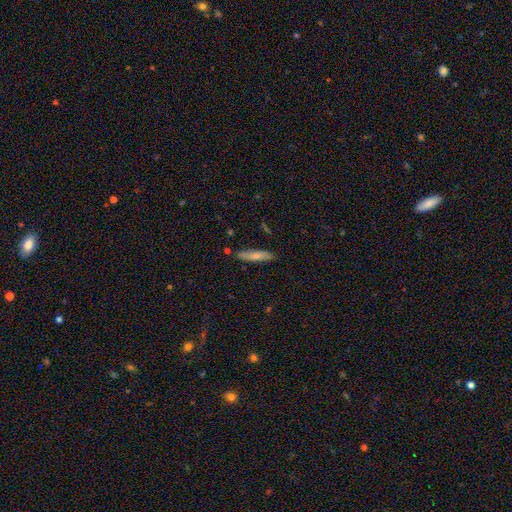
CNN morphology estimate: smooth-or-featured: smooth: 74% | featured or disk: 19% | star or artifact: 6%
  how-rounded: cigar-shaped: 82% | in between: 16% | round: 2%
  merging: none: 84% | minor disturbance: 12% | merger: 2% | major disturbance: 2%